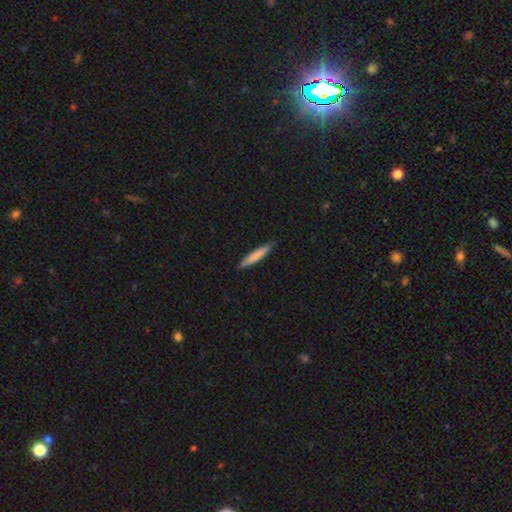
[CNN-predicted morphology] smooth-or-featured: smooth: 79% | featured or disk: 15% | star or artifact: 5%
  how-rounded: cigar-shaped: 91% | in between: 8% | round: 1%
  merging: none: 88% | minor disturbance: 9% | major disturbance: 2% | merger: 1%